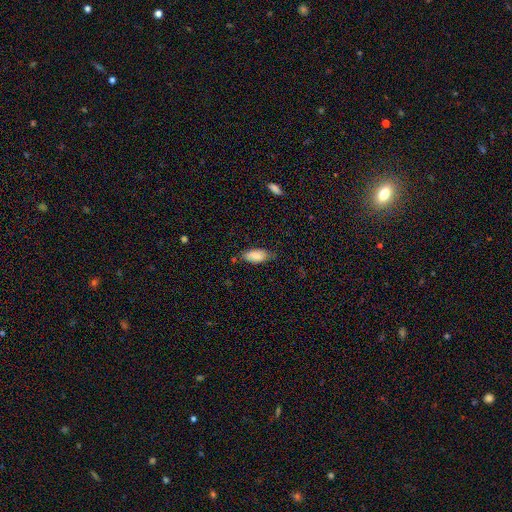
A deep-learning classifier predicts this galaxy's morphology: Smooth or featured? Predicted: smooth (p=0.84). How rounded? Predicted: in between (p=0.90). Merging? Predicted: none (p=0.72).